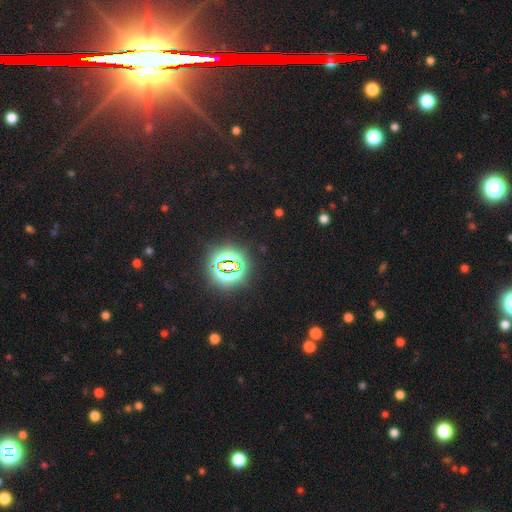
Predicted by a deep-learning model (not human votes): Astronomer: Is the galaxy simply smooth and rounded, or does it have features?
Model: star or artifact — 76%.